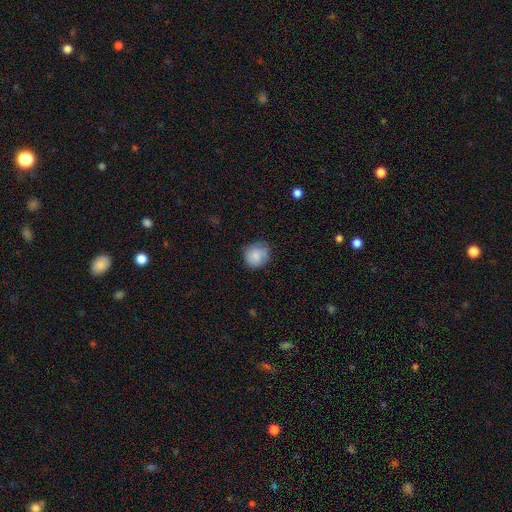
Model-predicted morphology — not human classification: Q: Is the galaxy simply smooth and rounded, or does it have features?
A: smooth — 82%.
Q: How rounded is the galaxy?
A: round — 77%.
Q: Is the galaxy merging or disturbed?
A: none — 66%.